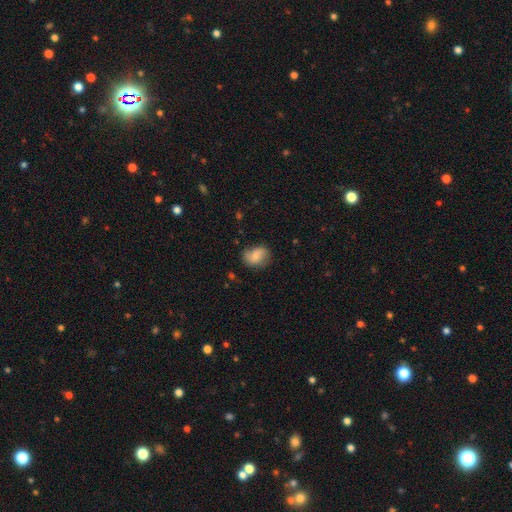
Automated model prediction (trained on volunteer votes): This is likely a smooth galaxy (69%). How rounded: likely in between (61%). Merging: likely none (64%).